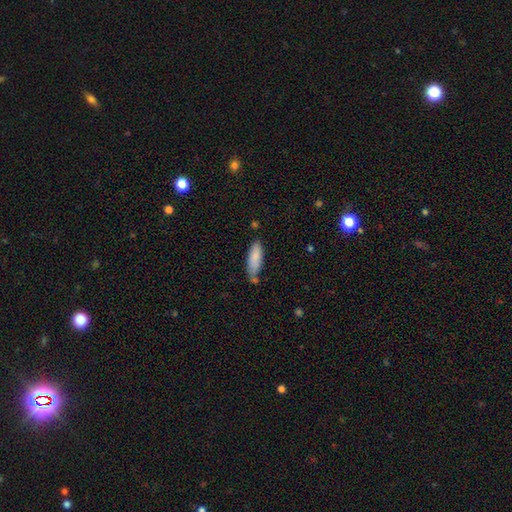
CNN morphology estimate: A smooth galaxy with no disk features (84%) that is in between round and cigar-shaped (55%).

Vote fractions:
- Smooth or featured? smooth: 84% / featured or disk: 10% / star or artifact: 6%
- How rounded? in between: 55% / cigar-shaped: 43% / round: 2%
- Merging? none: 60% / minor disturbance: 27% / merger: 9% / major disturbance: 5%